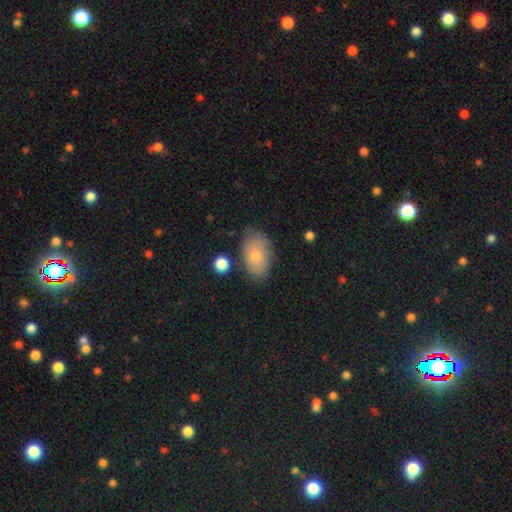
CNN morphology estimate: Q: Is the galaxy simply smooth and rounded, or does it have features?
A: smooth — 75%.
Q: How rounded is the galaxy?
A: in between — 91%.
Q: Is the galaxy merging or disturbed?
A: none — 68%.